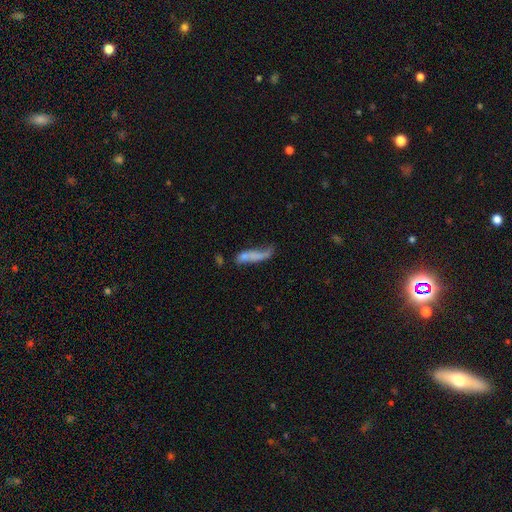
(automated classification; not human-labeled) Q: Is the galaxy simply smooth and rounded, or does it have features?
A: smooth — 59%.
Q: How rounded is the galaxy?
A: cigar-shaped — 63%.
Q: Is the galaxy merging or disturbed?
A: none — 30%.